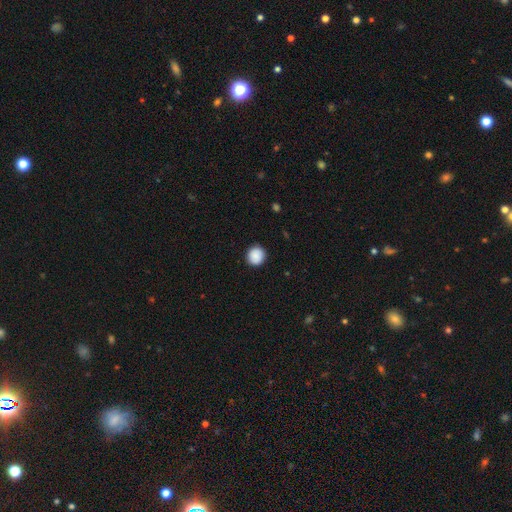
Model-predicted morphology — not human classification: smooth 89%, star or artifact 8%, featured or disk 3%. Down the decision tree: how rounded — round (93%); merging — none (91%).